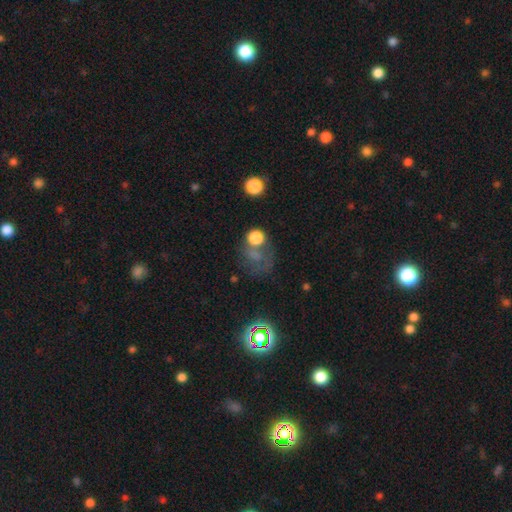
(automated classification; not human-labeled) Overall: smooth (47%; star or artifact 30%). Merging: none (39%; major disturbance 29%).